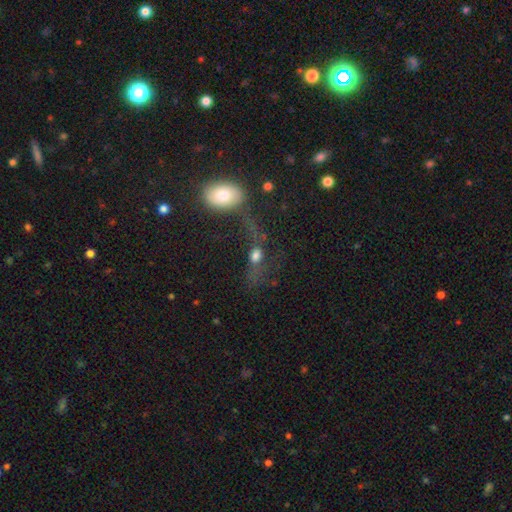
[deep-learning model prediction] Smooth or featured? Predicted: smooth (p=0.54). How rounded? Predicted: in between (p=0.60). Merging? Predicted: none (p=0.35).